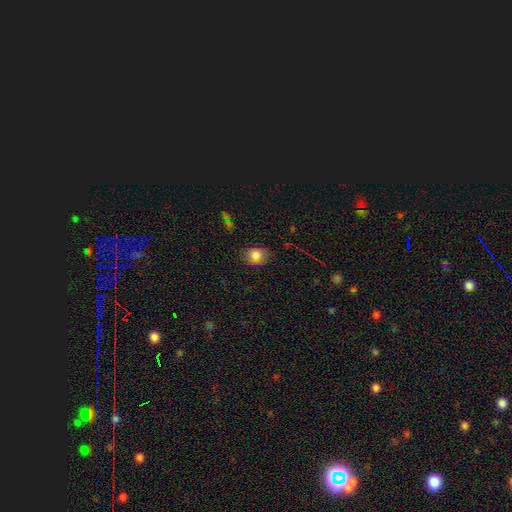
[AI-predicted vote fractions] Overall: smooth (78%). How rounded: round (51%; in between 48%). Merging: none (77%).